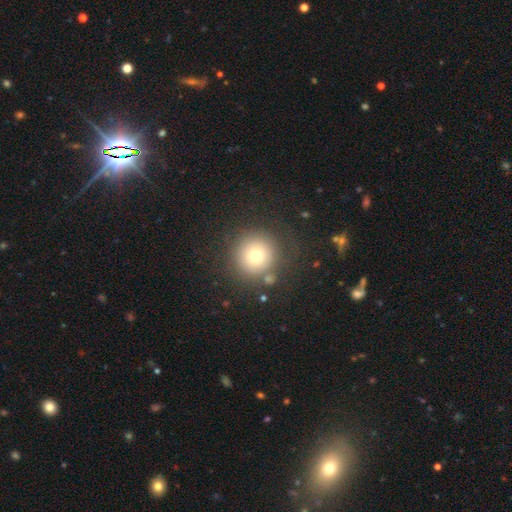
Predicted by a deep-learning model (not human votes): A smooth galaxy with no disk features (72%) that is round (95%). Merging: none (80%).